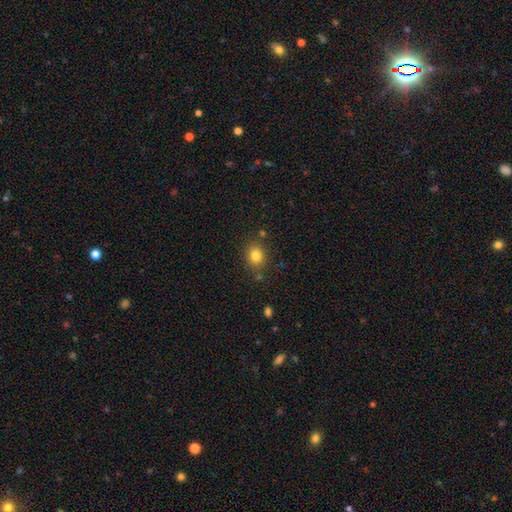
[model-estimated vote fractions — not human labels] smooth 81%, star or artifact 12%, featured or disk 7%. Down the decision tree: how rounded — round (59%); merging — none (80%).